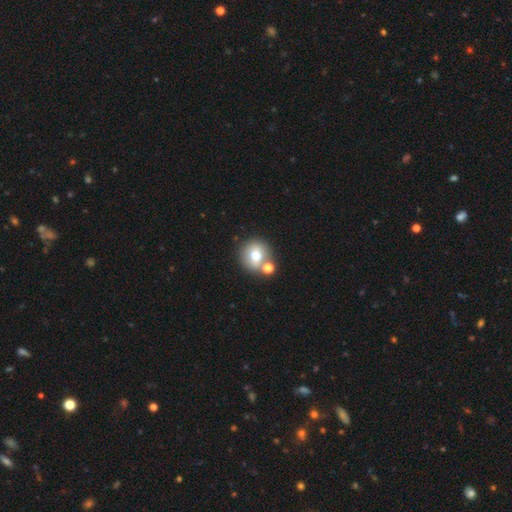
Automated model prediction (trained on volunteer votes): smooth-or-featured: smooth: 71% | featured or disk: 18% | star or artifact: 11%
  how-rounded: round: 86% | in between: 13% | cigar-shaped: 1%
  merging: none: 66% | merger: 20% | minor disturbance: 10% | major disturbance: 3%